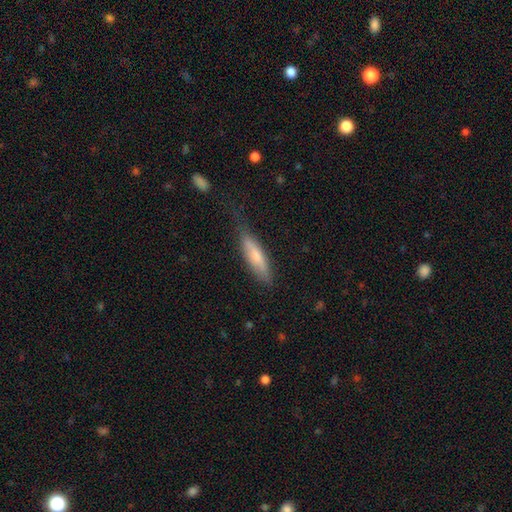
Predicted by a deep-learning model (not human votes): Smooth or featured: smooth — 68% (featured or disk — 26%)
How rounded: cigar-shaped — 72% (in between — 26%)
Merging: none — 65% (minor disturbance — 26%)